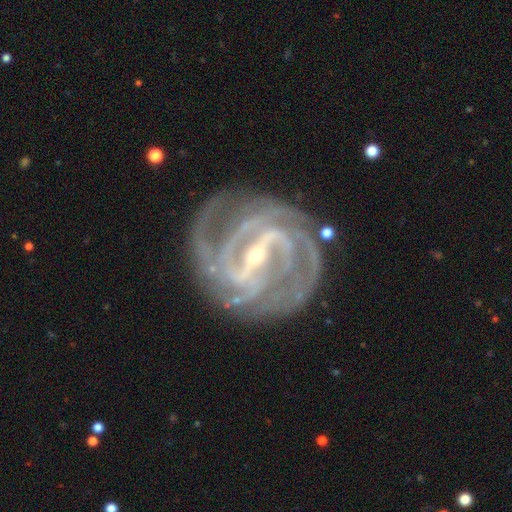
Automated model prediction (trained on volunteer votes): smooth-or-featured: featured or disk: 93% | star or artifact: 4% | smooth: 2%
  disk-edge-on: no: 97% | yes: 3%
    bar: strong: 73% | weak: 21% | no: 6%
    has-spiral-arms: yes: 98% | no: 2%
      spiral-winding: tight: 68% | medium: 28% | loose: 4%
      spiral-arm-count: 4: 27% | 3: 23% | 2: 20% | can't tell: 14% | more than 4: 10% | 1: 7%
    bulge-size: small: 73% | moderate: 24% | large: 1% | none: 1% | dominant: 1%
  merging: none: 79% | minor disturbance: 14% | major disturbance: 6% | merger: 2%